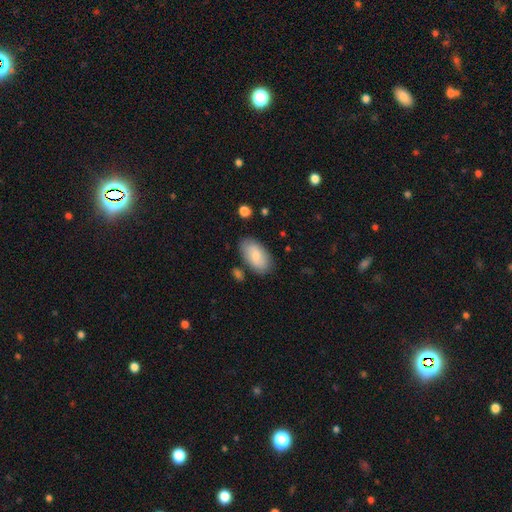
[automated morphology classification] smooth 73%, featured or disk 20%, star or artifact 6%. Down the decision tree: how rounded — in between (94%); merging — none (79%).